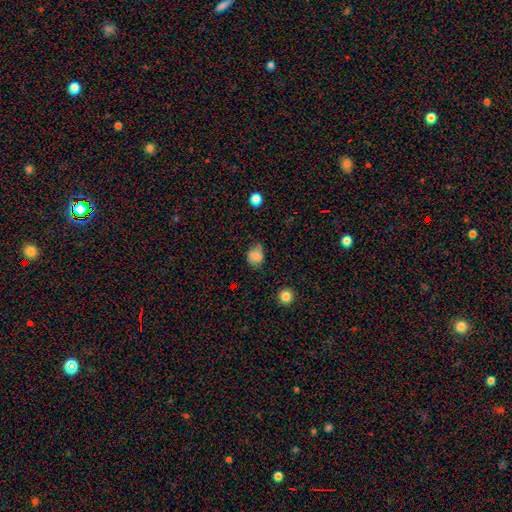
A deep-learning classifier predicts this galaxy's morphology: smooth-or-featured: smooth: 78% | featured or disk: 11% | star or artifact: 11%
  how-rounded: round: 57% | in between: 42% | cigar-shaped: 1%
  merging: none: 59% | minor disturbance: 32% | major disturbance: 8% | merger: 2%